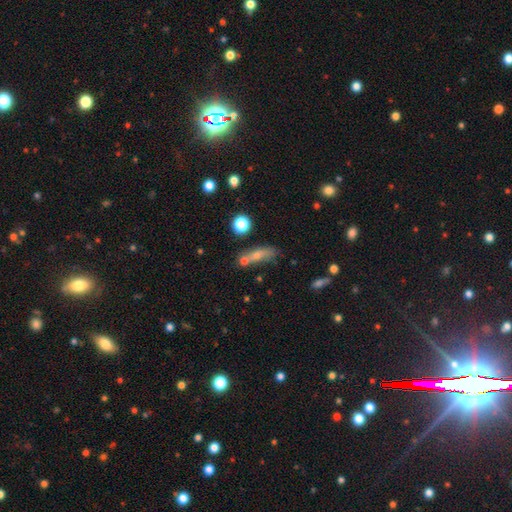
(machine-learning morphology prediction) Q: Smooth or featured?
A: smooth (66%); runner-up: featured or disk (19%)
Q: How rounded?
A: cigar-shaped (53%); runner-up: in between (39%)
Q: Merging?
A: none (57%); runner-up: minor disturbance (19%)